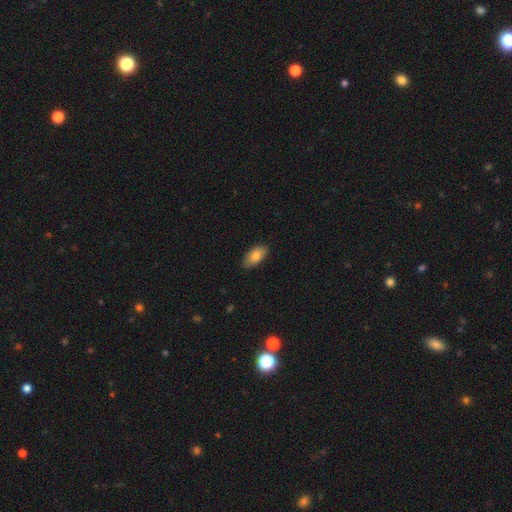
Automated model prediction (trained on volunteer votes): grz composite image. It shows a smooth galaxy with no disk features (81%) that is in between round and cigar-shaped (93%). Merging: none (84%).